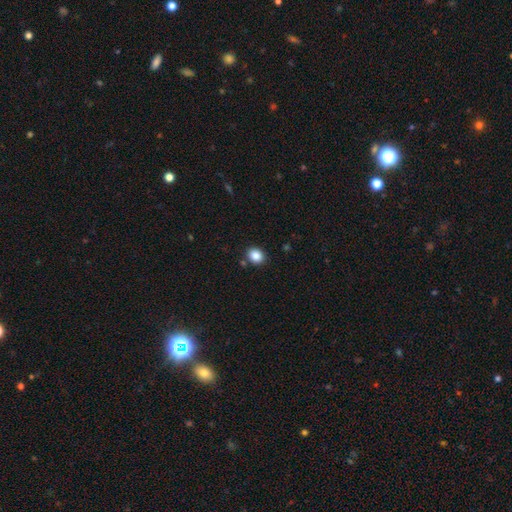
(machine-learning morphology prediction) A smooth galaxy with no disk features (87%) that is round (59%).

Vote fractions:
- Smooth or featured? smooth: 87% / star or artifact: 10% / featured or disk: 4%
- How rounded? round: 59% / in between: 40% / cigar-shaped: 1%
- Merging? none: 86% / minor disturbance: 8% / merger: 4% / major disturbance: 2%